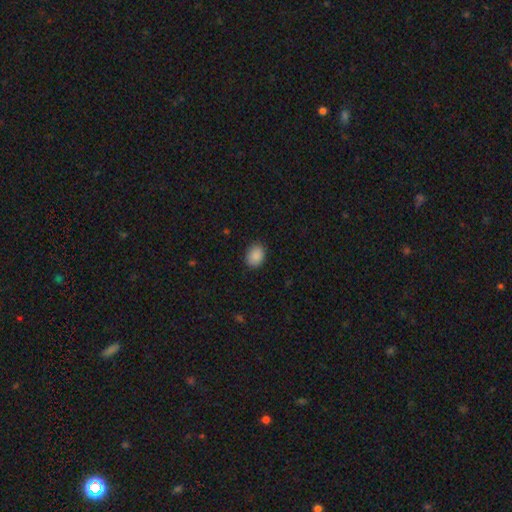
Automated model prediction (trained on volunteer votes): This appears to be a smooth galaxy with no disk features (88%) that is in between round and cigar-shaped (58%). Merging: none (87%).